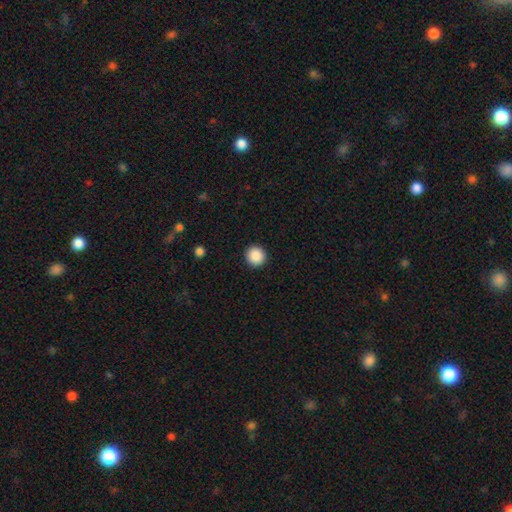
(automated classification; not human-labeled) Smooth or featured?
  - smooth: 89% *
  - star or artifact: 9%
  - featured or disk: 3%
How rounded?
  - round: 95% *
  - in between: 4%
  - cigar-shaped: 1%
Merging?
  - none: 93% *
  - minor disturbance: 4%
  - major disturbance: 2%
  - merger: 1%